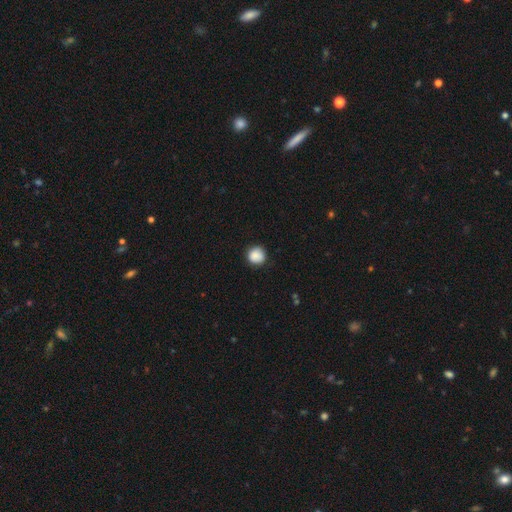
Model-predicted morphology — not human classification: smooth_or_featured: smooth (p=0.88) [alt: star or artifact p=0.08]
how_rounded: round (p=0.92) [alt: in between p=0.07]
merging: none (p=0.84) [alt: minor disturbance p=0.12]